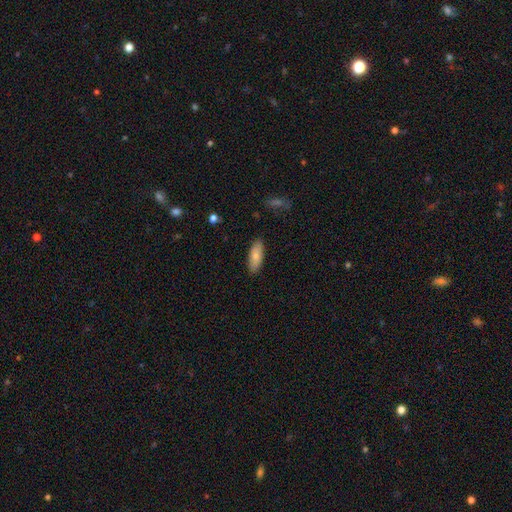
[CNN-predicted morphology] This is likely a smooth galaxy (79%). How rounded: likely in between (76%). Merging: clearly none (88%).